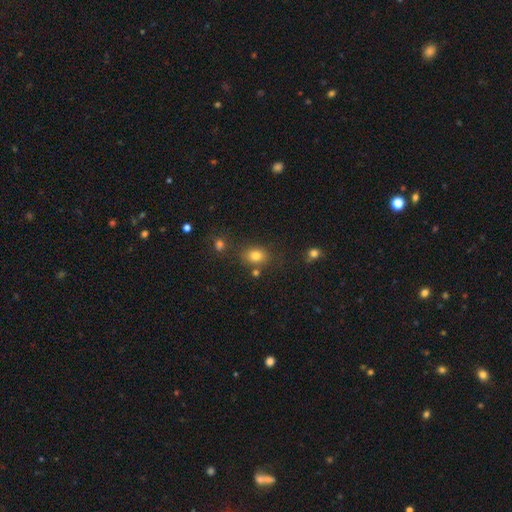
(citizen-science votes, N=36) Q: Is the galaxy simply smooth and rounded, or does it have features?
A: smooth — 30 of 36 (83%).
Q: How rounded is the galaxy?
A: in between — 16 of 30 (53%).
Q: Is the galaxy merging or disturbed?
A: none — 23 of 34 (68%).